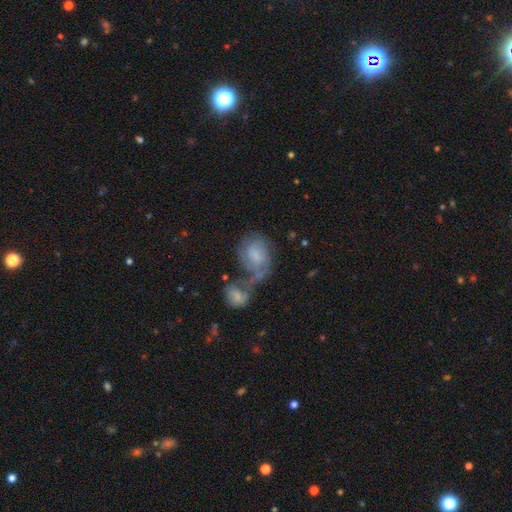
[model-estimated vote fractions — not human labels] featured or disk 55%, smooth 36%, star or artifact 9%. Down the decision tree: edge-on disk — no (97%); bar — no (57%); spiral arms — yes (80%); bulge size — none (35%); merging — merger (50%).